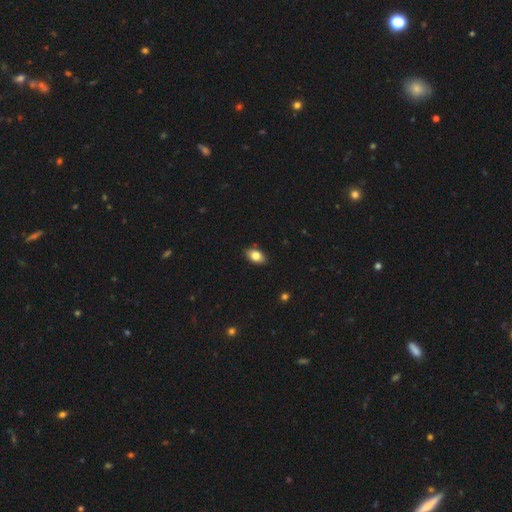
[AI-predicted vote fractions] Smooth or featured?
  - smooth: 82% *
  - featured or disk: 10%
  - star or artifact: 8%
How rounded?
  - in between: 90% *
  - round: 8%
  - cigar-shaped: 2%
Merging?
  - none: 88% *
  - minor disturbance: 10%
  - major disturbance: 2%
  - merger: 1%